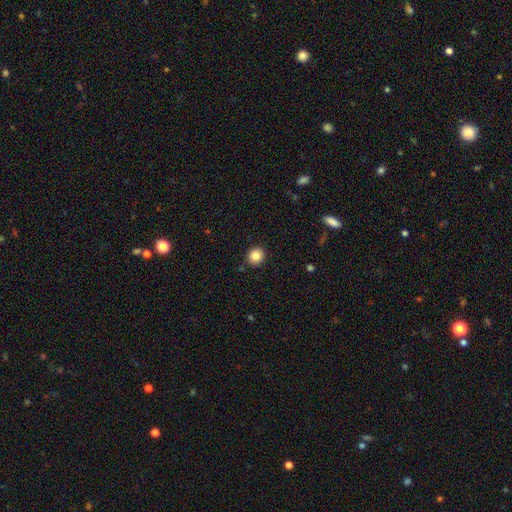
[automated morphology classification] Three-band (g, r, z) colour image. It shows a smooth galaxy with no disk features (85%) that is round (89%). Merging: none (90%).